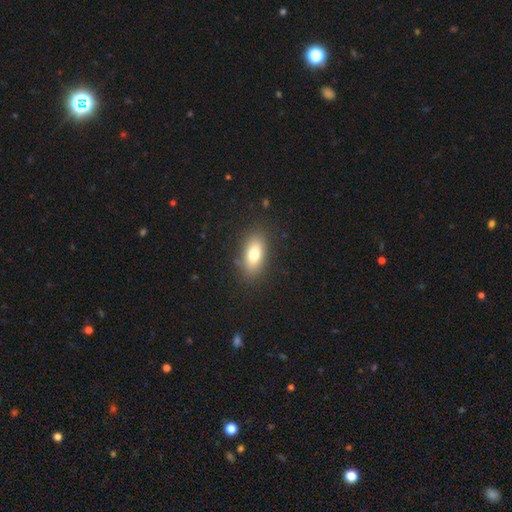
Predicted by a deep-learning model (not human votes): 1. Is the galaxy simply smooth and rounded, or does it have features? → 77% smooth, 15% featured or disk, 9% star or artifact.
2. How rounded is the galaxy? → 85% in between, 10% cigar-shaped, 5% round.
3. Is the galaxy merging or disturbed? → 84% none, 11% minor disturbance, 4% major disturbance, 1% merger.